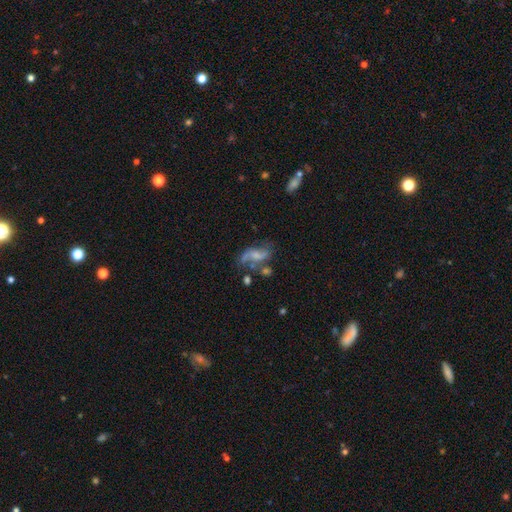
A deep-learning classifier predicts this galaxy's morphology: featured or disk 67%, smooth 23%, star or artifact 10%. Down the decision tree: edge-on disk — no (95%); bar — no (47%); spiral arms — yes (84%); spiral arm count — 2 (86%); spiral winding — loose (73%); bulge size — small (37%); merging — none (45%).